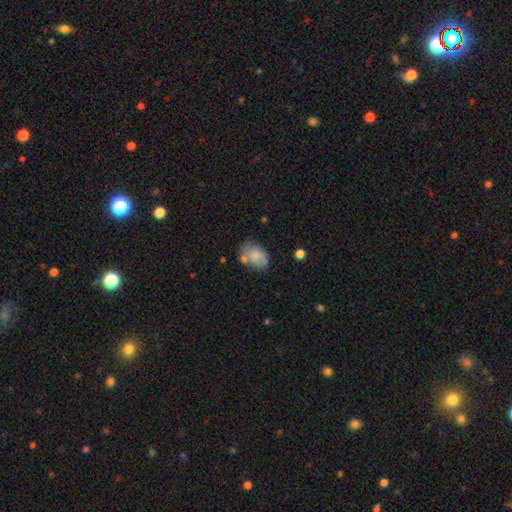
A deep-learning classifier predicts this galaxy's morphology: Smooth or featured?
  - smooth: 70% *
  - featured or disk: 22%
  - star or artifact: 8%
How rounded?
  - in between: 81% *
  - round: 17%
  - cigar-shaped: 1%
Merging?
  - none: 48% *
  - minor disturbance: 27%
  - merger: 14%
  - major disturbance: 10%